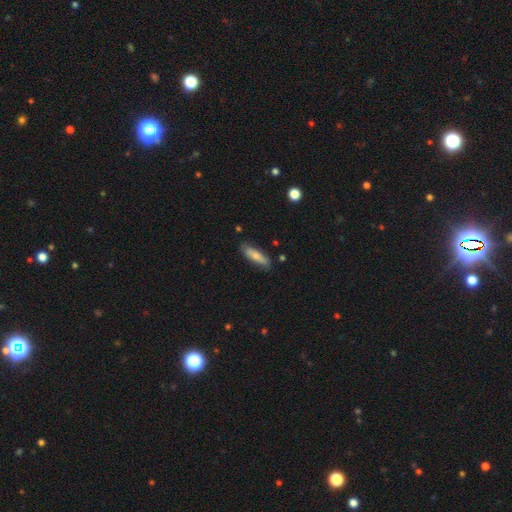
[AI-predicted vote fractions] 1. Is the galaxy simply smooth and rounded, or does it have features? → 68% smooth, 26% featured or disk, 6% star or artifact.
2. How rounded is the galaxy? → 56% cigar-shaped, 42% in between, 2% round.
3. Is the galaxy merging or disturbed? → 81% none, 15% minor disturbance, 3% major disturbance, 2% merger.